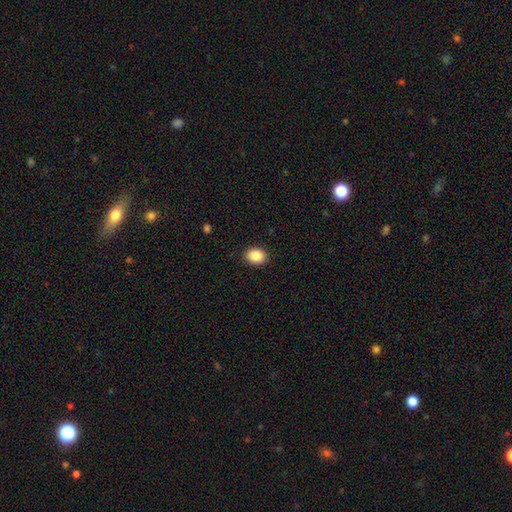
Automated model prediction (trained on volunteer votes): This appears to be a smooth galaxy with no disk features (88%) that is in between round and cigar-shaped (63%). Merging: none (90%).